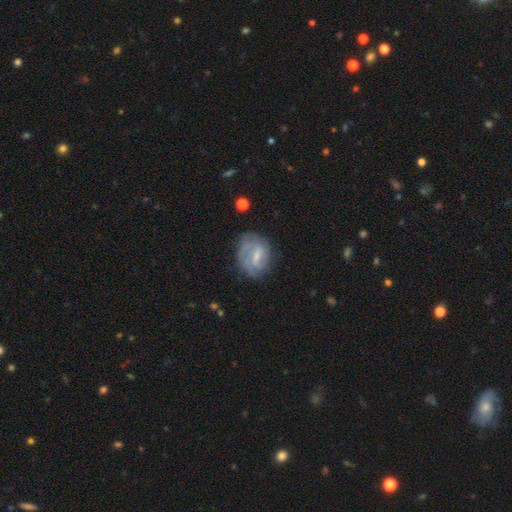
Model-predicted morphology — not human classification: A featured or disk galaxy (62%) with a weak bar (56%), spiral arms (73%) and a small central bulge (47%). Merging: none (60%).